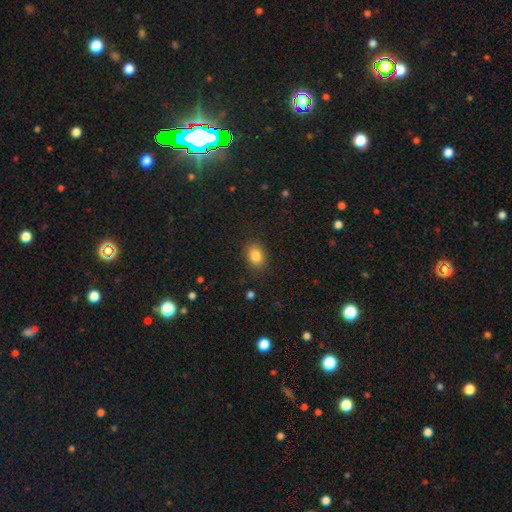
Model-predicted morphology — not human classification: The model was most divided on "how rounded": in between: 65%, round: 34%, cigar-shaped: 1%. More confident: merging — none (86%); smooth or featured — smooth (84%).